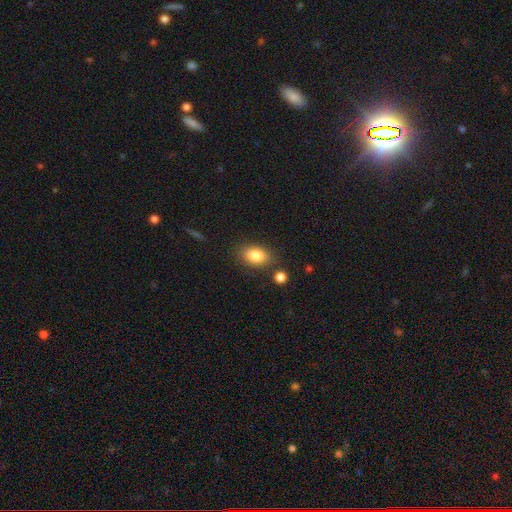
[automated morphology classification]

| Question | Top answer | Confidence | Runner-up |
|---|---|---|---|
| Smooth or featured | smooth | 83% | star or artifact (8%) |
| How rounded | in between | 84% | round (14%) |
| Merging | none | 79% | minor disturbance (13%) |